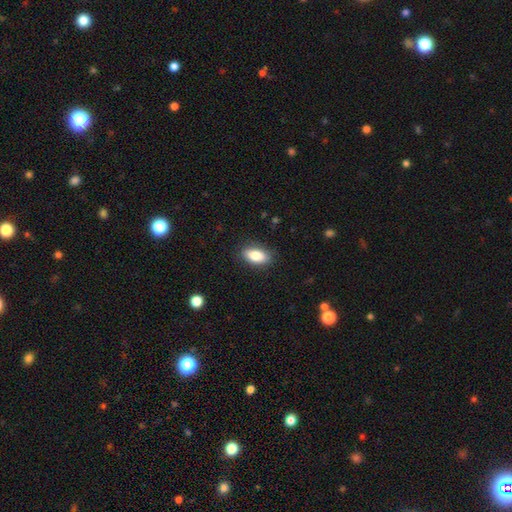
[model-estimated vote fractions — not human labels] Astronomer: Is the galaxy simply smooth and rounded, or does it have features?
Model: smooth — 82%.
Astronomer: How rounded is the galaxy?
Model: in between — 89%.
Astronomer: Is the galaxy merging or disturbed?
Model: none — 86%.